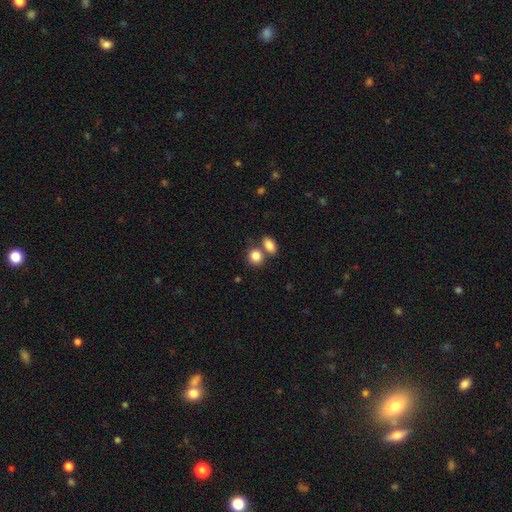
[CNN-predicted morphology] A smooth galaxy with no disk features (85%) that is round (60%).

Vote fractions:
- Smooth or featured? smooth: 85% / star or artifact: 9% / featured or disk: 7%
- How rounded? round: 60% / in between: 38% / cigar-shaped: 1%
- Merging? none: 51% / merger: 36% / minor disturbance: 9% / major disturbance: 3%